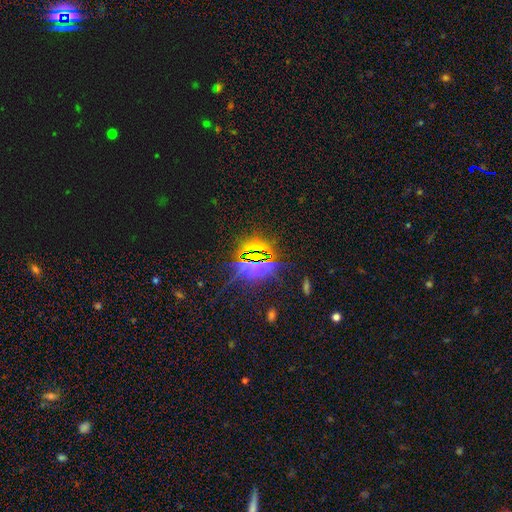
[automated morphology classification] The model was most divided on "smooth or featured": star or artifact: 81%, smooth: 10%, featured or disk: 9%.